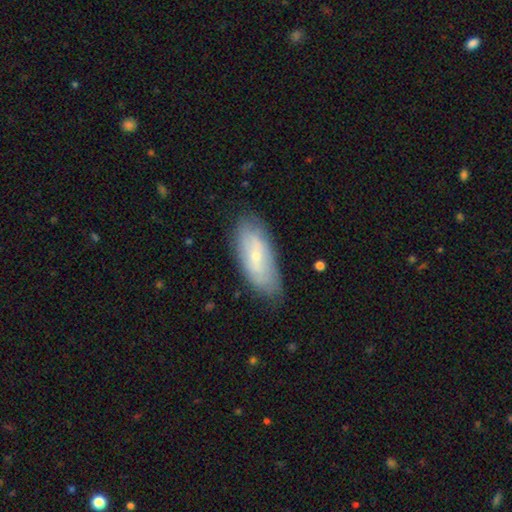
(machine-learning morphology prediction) The model was most divided on "smooth or featured": featured or disk: 48%, smooth: 45%, star or artifact: 7%. More confident: merging — none (75%).